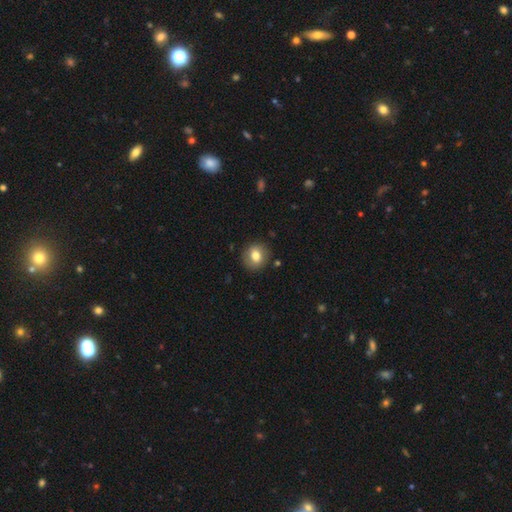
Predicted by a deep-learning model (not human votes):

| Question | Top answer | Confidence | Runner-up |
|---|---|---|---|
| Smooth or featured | smooth | 76% | featured or disk (15%) |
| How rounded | round | 77% | in between (22%) |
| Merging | none | 87% | minor disturbance (9%) |